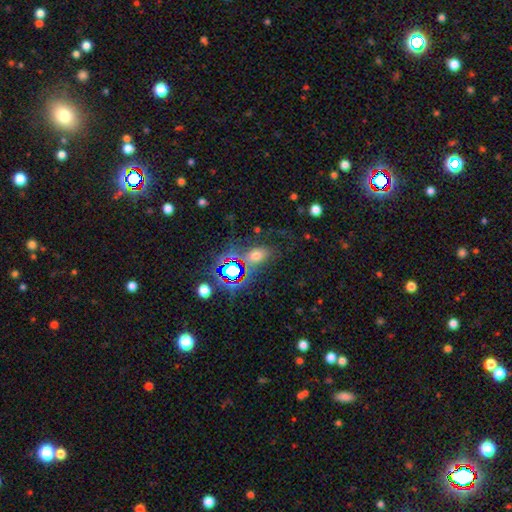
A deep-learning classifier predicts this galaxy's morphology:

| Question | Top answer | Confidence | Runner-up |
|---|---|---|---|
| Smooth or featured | smooth | 49% | star or artifact (39%) |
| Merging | none | 65% | minor disturbance (17%) |